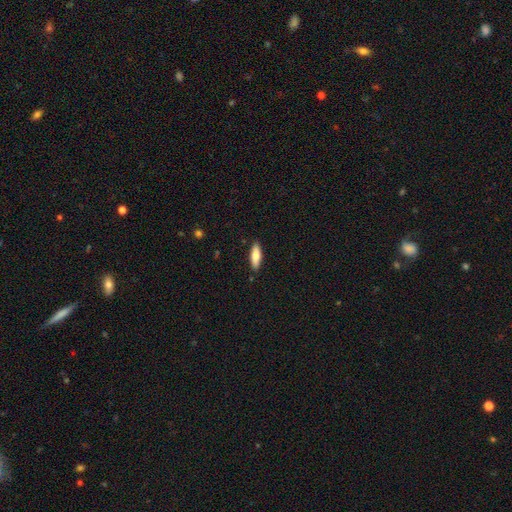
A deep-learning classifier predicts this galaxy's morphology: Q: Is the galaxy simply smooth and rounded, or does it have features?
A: smooth — 78%.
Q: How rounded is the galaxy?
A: in between — 51%.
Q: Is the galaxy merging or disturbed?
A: none — 89%.